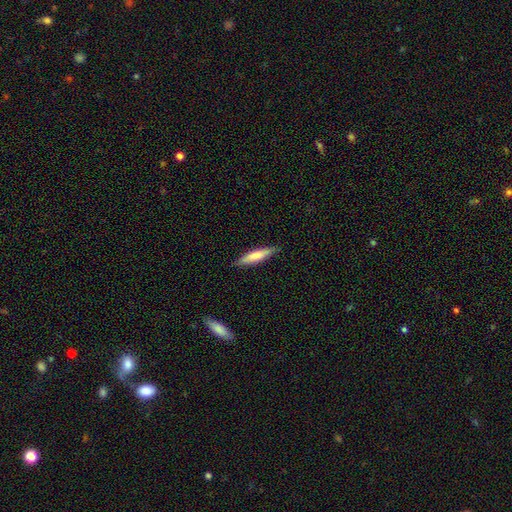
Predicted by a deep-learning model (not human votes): Smooth or featured?
  - smooth: 74% *
  - featured or disk: 20%
  - star or artifact: 5%
How rounded?
  - cigar-shaped: 81% *
  - in between: 17%
  - round: 1%
Merging?
  - none: 88% *
  - minor disturbance: 10%
  - major disturbance: 2%
  - merger: 1%